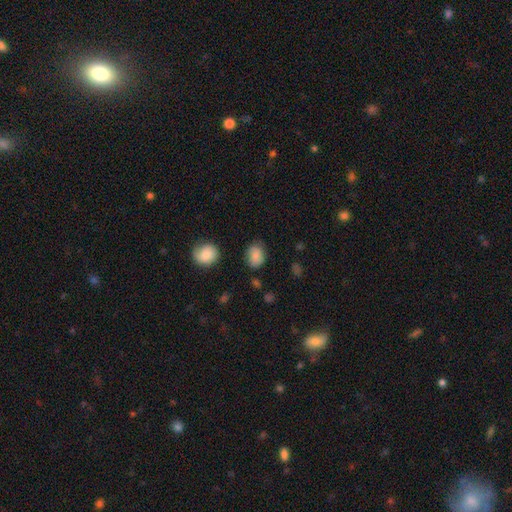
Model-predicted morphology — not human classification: Q: Smooth or featured?
A: smooth (84%); runner-up: star or artifact (8%)
Q: How rounded?
A: in between (67%); runner-up: round (32%)
Q: Merging?
A: none (77%); runner-up: minor disturbance (16%)